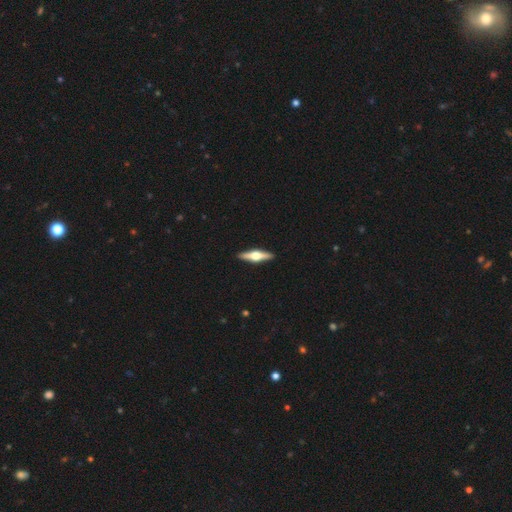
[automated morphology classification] The model was most divided on "smooth or featured": featured or disk: 74%, smooth: 21%, star or artifact: 5%. More confident: edge-on disk — yes (97%); edge-on bulge — rounded (95%); merging — none (92%).